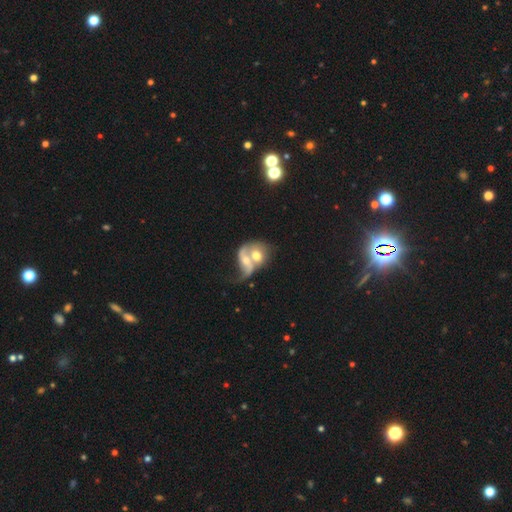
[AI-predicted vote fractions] Q: Smooth or featured?
A: featured or disk (62%); runner-up: smooth (30%)
Q: Edge-on disk?
A: no (96%); runner-up: yes (4%)
Q: Bar?
A: no (59%); runner-up: weak (30%)
Q: Spiral arms?
A: yes (70%); runner-up: no (30%)
Q: Bulge size?
A: moderate (62%); runner-up: small (20%)
Q: Merging?
A: merger (78%); runner-up: none (10%)